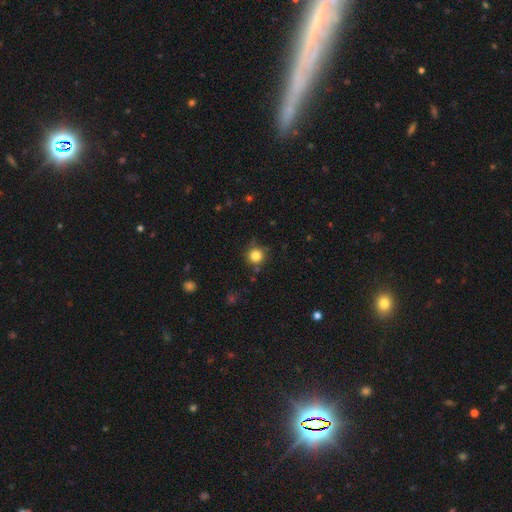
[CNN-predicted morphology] Smooth or featured?
  - smooth: 82% *
  - star or artifact: 12%
  - featured or disk: 6%
How rounded?
  - round: 93% *
  - in between: 6%
  - cigar-shaped: 1%
Merging?
  - none: 81% *
  - minor disturbance: 12%
  - merger: 3%
  - major disturbance: 3%